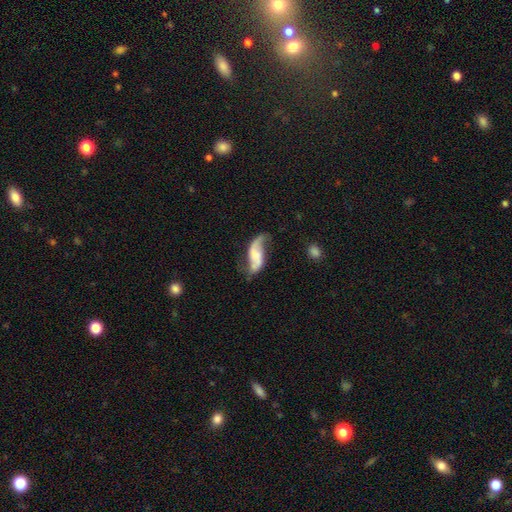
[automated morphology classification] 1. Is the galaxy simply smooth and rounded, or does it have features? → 75% featured or disk, 18% smooth, 7% star or artifact.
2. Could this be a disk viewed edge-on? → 94% no, 6% yes.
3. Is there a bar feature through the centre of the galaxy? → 43% no, 38% weak, 20% strong.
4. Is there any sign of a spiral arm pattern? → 92% yes, 8% no.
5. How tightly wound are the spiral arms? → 80% loose, 16% medium, 4% tight.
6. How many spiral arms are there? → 87% 2, 7% 1, 3% can't tell, 1% 3, 1% 4, 1% more than 4.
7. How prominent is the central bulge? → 40% none, 27% small, 21% moderate, 9% large, 2% dominant.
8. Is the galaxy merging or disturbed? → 51% none, 25% minor disturbance, 19% major disturbance, 5% merger.